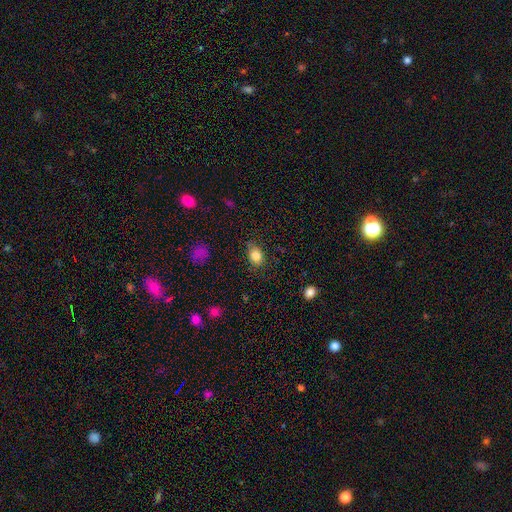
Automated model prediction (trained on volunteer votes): Smooth or featured? Predicted: smooth (p=0.83). How rounded? Predicted: in between (p=0.66). Merging? Predicted: none (p=0.75).